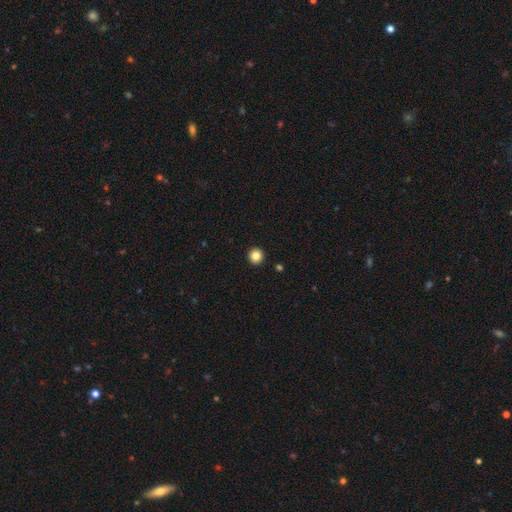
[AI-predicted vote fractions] Smooth or featured: smooth — 84% (star or artifact — 11%)
How rounded: round — 96% (in between — 3%)
Merging: none — 94% (minor disturbance — 3%)